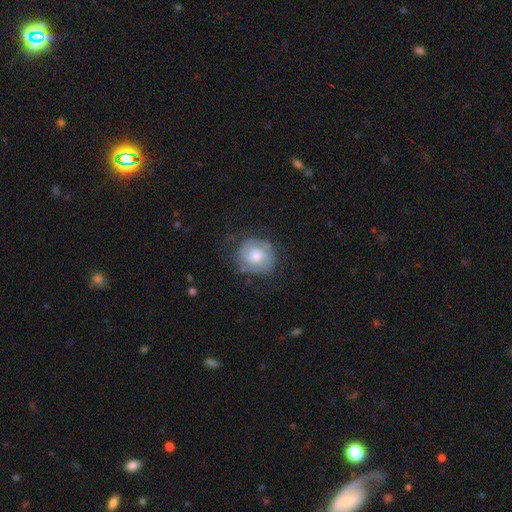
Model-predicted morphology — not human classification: Smooth or featured?
  - featured or disk: 67% *
  - smooth: 26%
  - star or artifact: 7%
Edge-on disk?
  - no: 98% *
  - yes: 2%
Bar?
  - no: 60% *
  - weak: 34%
  - strong: 6%
Spiral arms?
  - yes: 88% *
  - no: 12%
Spiral winding?
  - tight: 57% *
  - medium: 34%
  - loose: 9%
Spiral arm count?
  - 2: 69% *
  - can't tell: 18%
  - 3: 5%
  - 1: 4%
  - 4: 2%
  - more than 4: 2%
Bulge size?
  - moderate: 58% *
  - large: 19%
  - small: 17%
  - none: 4%
  - dominant: 2%
Merging?
  - none: 74% *
  - minor disturbance: 17%
  - major disturbance: 8%
  - merger: 1%